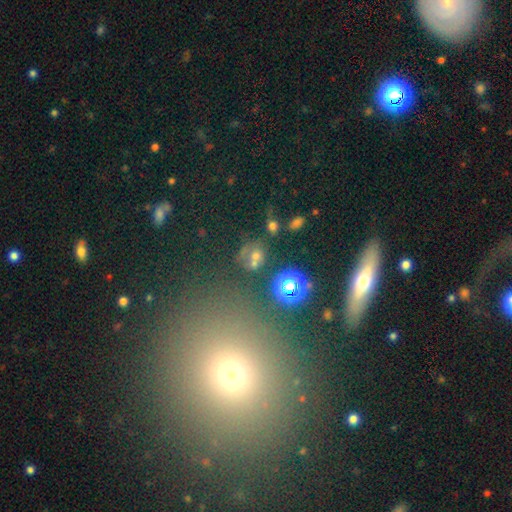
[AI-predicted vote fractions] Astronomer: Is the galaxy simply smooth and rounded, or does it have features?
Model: smooth — 49% (runner-up: star or artifact, 31%).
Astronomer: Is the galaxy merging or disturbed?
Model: none — 74%.